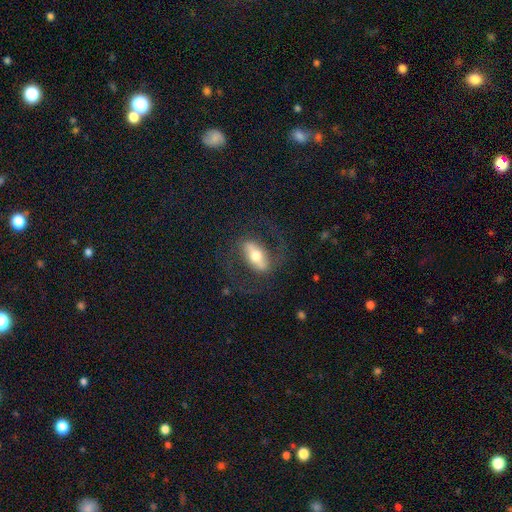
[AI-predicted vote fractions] A featured or disk galaxy (70%) with a strong bar (61%), spiral arms (79%) and a moderate central bulge (64%). Merging: none (71%).